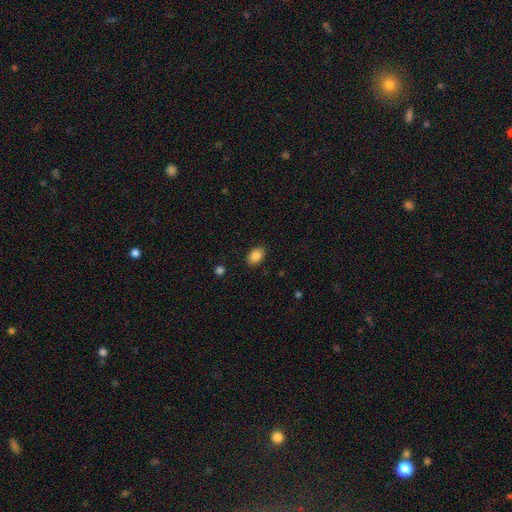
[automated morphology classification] Q: Smooth or featured?
A: smooth (87%); runner-up: star or artifact (9%)
Q: How rounded?
A: in between (80%); runner-up: round (19%)
Q: Merging?
A: none (87%); runner-up: minor disturbance (9%)